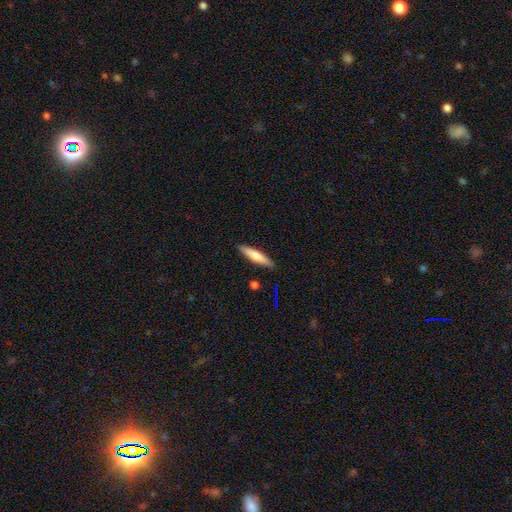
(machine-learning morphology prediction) Smooth or featured: smooth — 68% (featured or disk — 26%)
How rounded: cigar-shaped — 82% (in between — 17%)
Merging: none — 88% (minor disturbance — 9%)